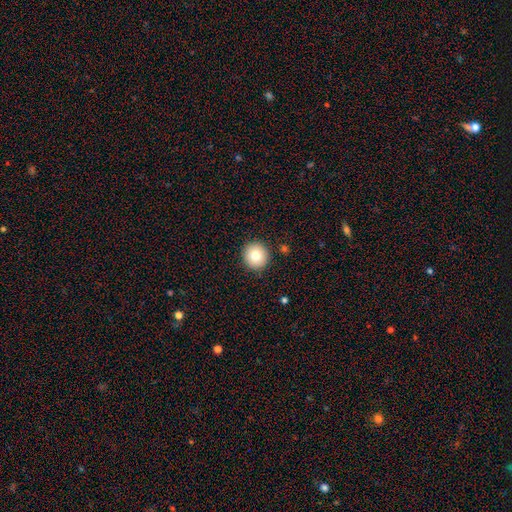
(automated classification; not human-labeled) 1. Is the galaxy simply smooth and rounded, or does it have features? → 80% smooth, 11% featured or disk, 10% star or artifact.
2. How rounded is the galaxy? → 94% round, 5% in between, 1% cigar-shaped.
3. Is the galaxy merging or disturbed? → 90% none, 7% minor disturbance, 2% major disturbance, 2% merger.